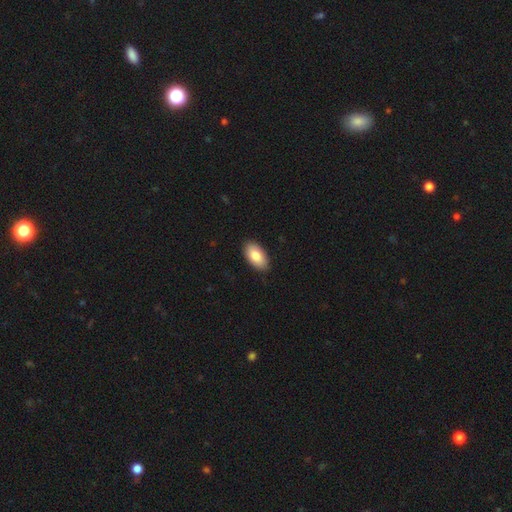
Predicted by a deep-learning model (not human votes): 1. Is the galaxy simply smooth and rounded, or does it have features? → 83% smooth, 11% featured or disk, 6% star or artifact.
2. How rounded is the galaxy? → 95% in between, 3% round, 2% cigar-shaped.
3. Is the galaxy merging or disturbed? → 89% none, 8% minor disturbance, 2% major disturbance, 1% merger.